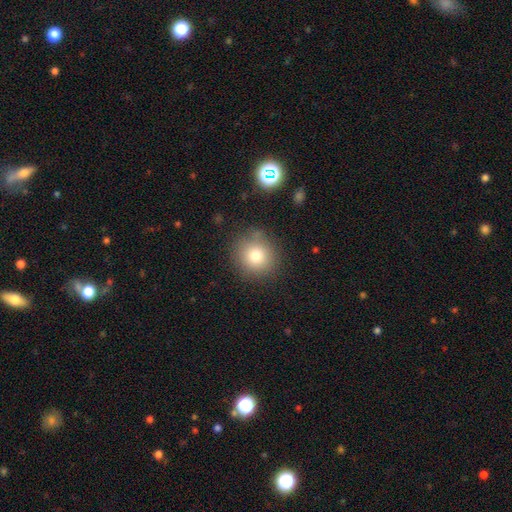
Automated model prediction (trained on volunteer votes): Smooth or featured: smooth — 77% (star or artifact — 13%)
How rounded: round — 89% (in between — 10%)
Merging: none — 83% (minor disturbance — 11%)